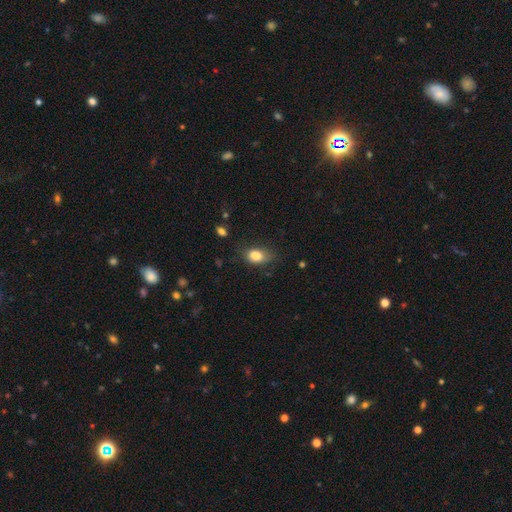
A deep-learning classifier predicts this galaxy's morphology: A smooth galaxy with no disk features (82%) that is in between round and cigar-shaped (75%).

Vote fractions:
- Smooth or featured? smooth: 82% / star or artifact: 9% / featured or disk: 8%
- How rounded? in between: 75% / round: 23% / cigar-shaped: 2%
- Merging? none: 70% / minor disturbance: 23% / major disturbance: 6% / merger: 2%